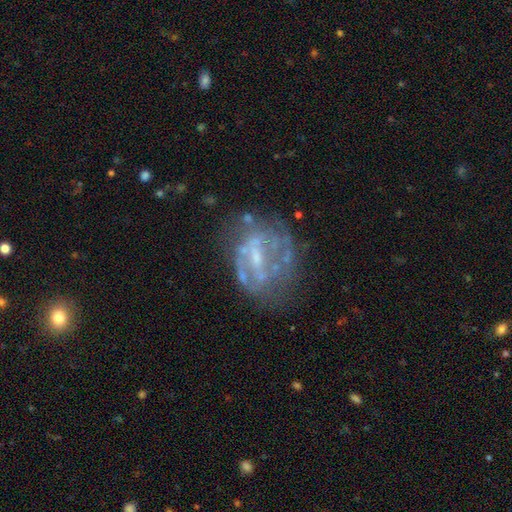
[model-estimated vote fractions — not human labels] Q: Smooth or featured?
A: featured or disk (75%); runner-up: smooth (15%)
Q: Edge-on disk?
A: no (97%); runner-up: yes (3%)
Q: Bar?
A: weak (44%); runner-up: no (35%)
Q: Spiral arms?
A: no (56%); runner-up: yes (44%)
Q: Bulge size?
A: small (47%); runner-up: moderate (27%)
Q: Merging?
A: none (51%); runner-up: major disturbance (22%)